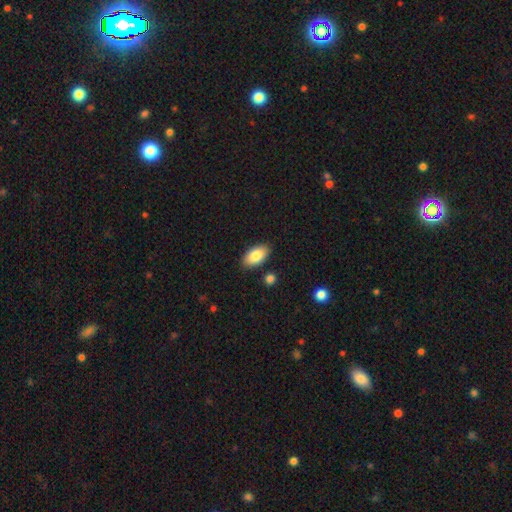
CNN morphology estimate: This is clearly a smooth galaxy (84%). How rounded: clearly in between (94%). Merging: clearly none (86%).